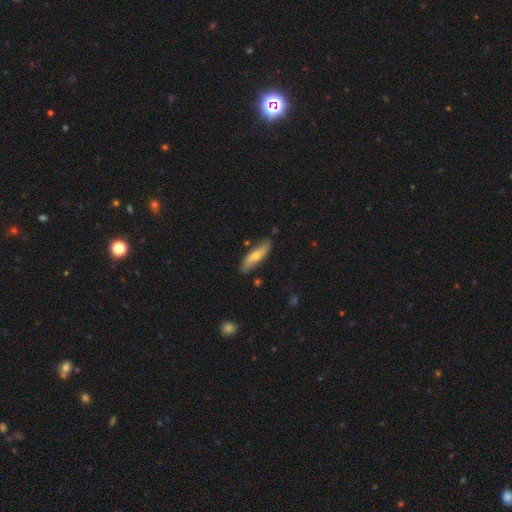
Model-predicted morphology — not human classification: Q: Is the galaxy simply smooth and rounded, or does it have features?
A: smooth — 55%.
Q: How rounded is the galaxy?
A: cigar-shaped — 62%.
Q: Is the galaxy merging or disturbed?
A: none — 80%.